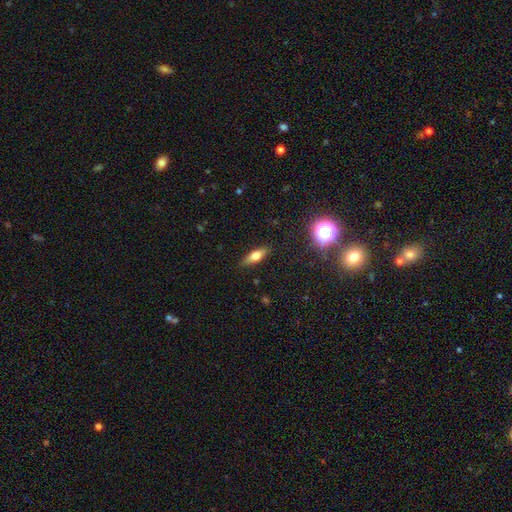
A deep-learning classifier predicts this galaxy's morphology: Smooth or featured? smooth (63%)
How rounded? in between (59%)
Merging? none (86%)